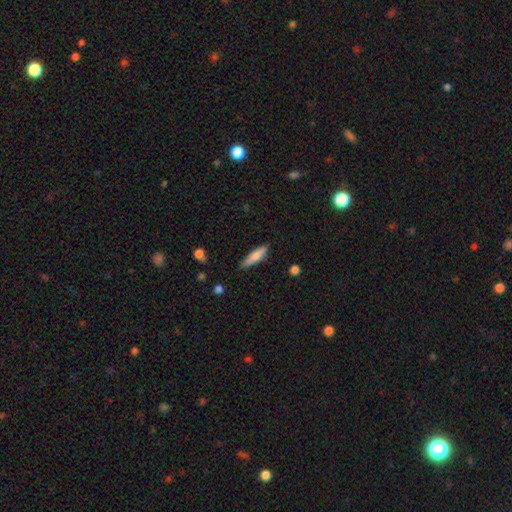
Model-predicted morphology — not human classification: This appears to be a smooth galaxy with no disk features (70%) that is cigar-shaped (76%). Merging: none (82%).